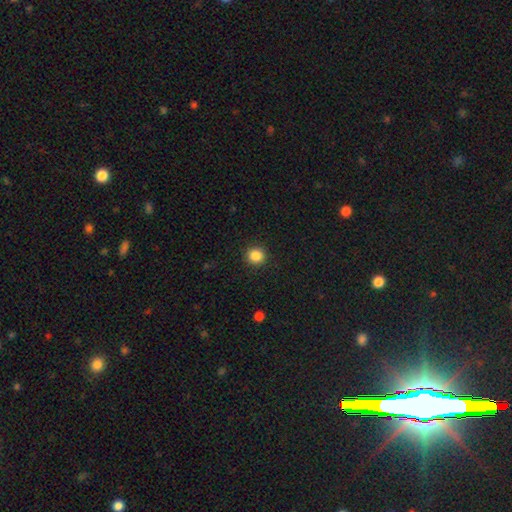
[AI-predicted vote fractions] Smooth or featured? Predicted: smooth (p=0.86). How rounded? Predicted: round (p=0.93). Merging? Predicted: none (p=0.92).